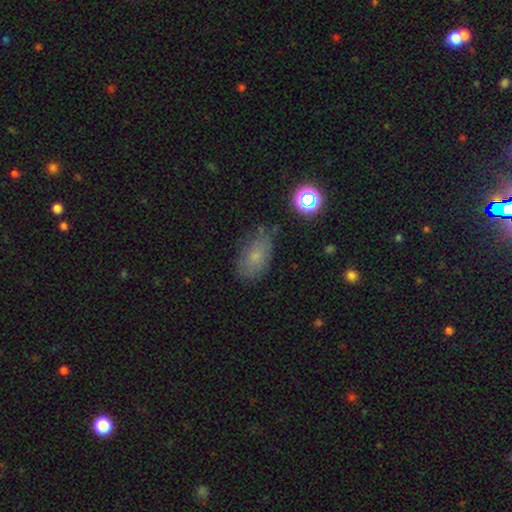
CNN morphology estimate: This appears to be a smooth galaxy with no disk features (71%) that is in between round and cigar-shaped (88%). Merging: none (69%).